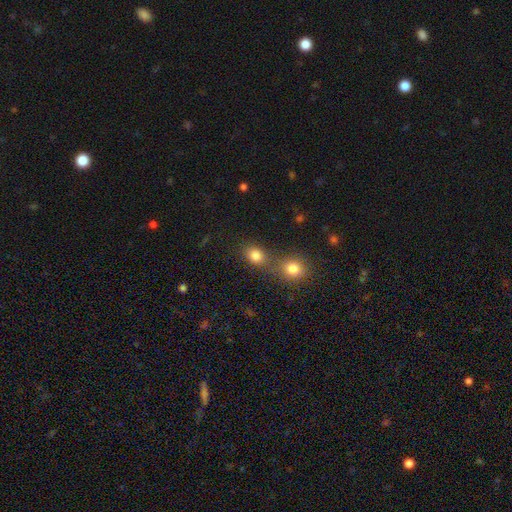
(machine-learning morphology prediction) type=smooth (82%); roundness=round (58%); merging=none (47%).